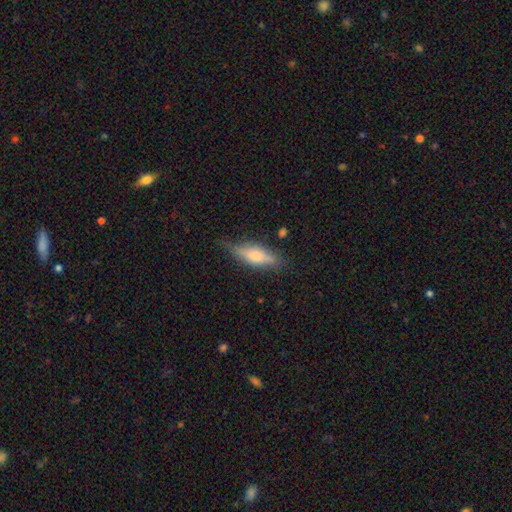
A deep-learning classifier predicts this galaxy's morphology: A smooth galaxy with no disk features (61%) that is in between round and cigar-shaped (55%).

Vote fractions:
- Smooth or featured? smooth: 61% / featured or disk: 33% / star or artifact: 7%
- How rounded? in between: 55% / cigar-shaped: 43% / round: 3%
- Merging? none: 67% / minor disturbance: 25% / major disturbance: 6% / merger: 2%